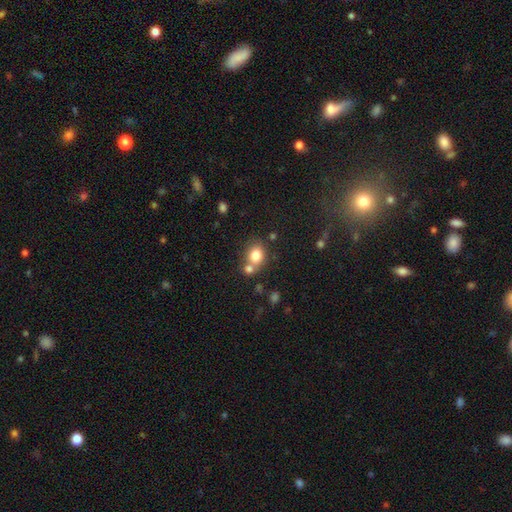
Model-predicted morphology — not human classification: This is likely a smooth galaxy (79%). How rounded: likely round (61%). Merging: possibly none (52%).